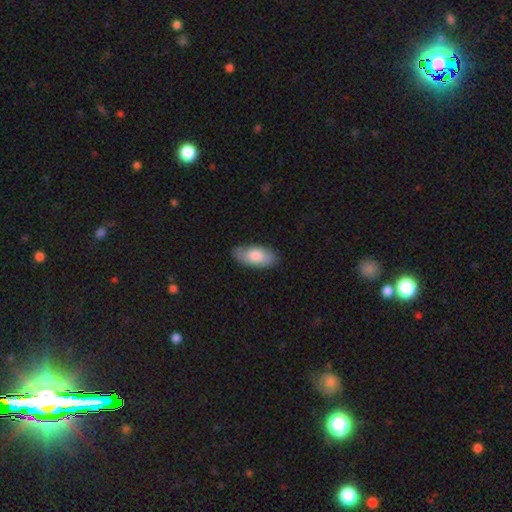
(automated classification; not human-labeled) smooth_or_featured: smooth (p=0.78) [alt: featured or disk p=0.16]
how_rounded: in between (p=0.91) [alt: cigar-shaped p=0.07]
merging: none (p=0.80) [alt: minor disturbance p=0.16]